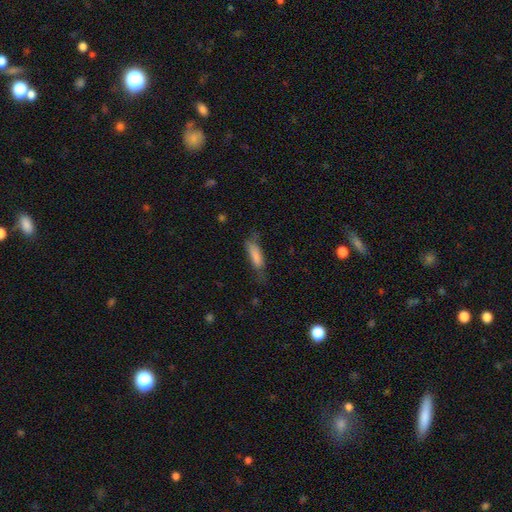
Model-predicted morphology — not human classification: This is likely a smooth galaxy (78%). How rounded: possibly cigar-shaped (56%). Merging: possibly none (50%).